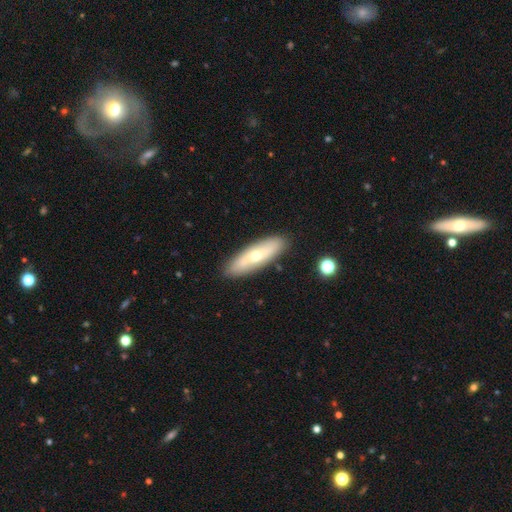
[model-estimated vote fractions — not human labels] A smooth galaxy with no disk features (49%). Merging: none (89%).